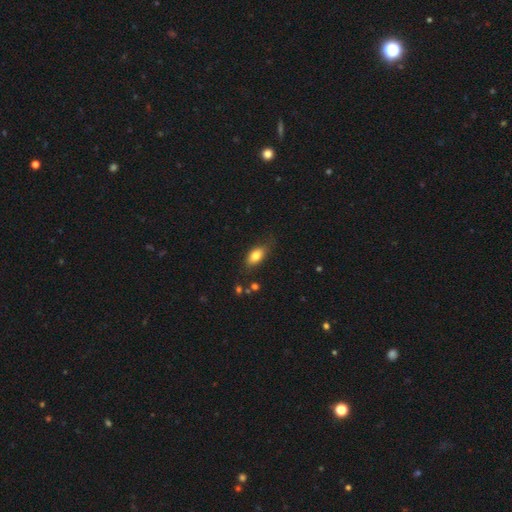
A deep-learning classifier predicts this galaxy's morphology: A smooth galaxy with no disk features (80%) that is in between round and cigar-shaped (87%).

Vote fractions:
- Smooth or featured? smooth: 80% / featured or disk: 12% / star or artifact: 8%
- How rounded? in between: 87% / round: 6% / cigar-shaped: 6%
- Merging? none: 75% / minor disturbance: 18% / major disturbance: 4% / merger: 2%